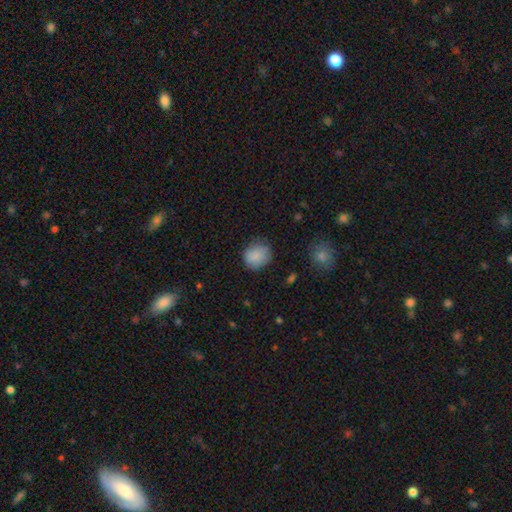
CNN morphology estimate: The model was most divided on "how rounded": round: 74%, in between: 25%, cigar-shaped: 1%. More confident: smooth or featured — smooth (86%); merging — none (74%).